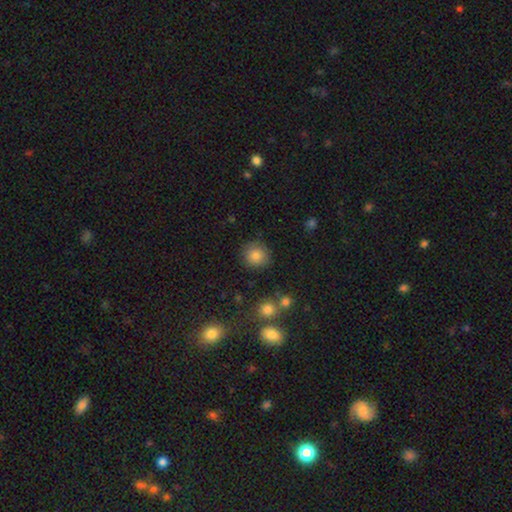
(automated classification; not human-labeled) Morphology: type=smooth (82%); roundness=round (91%); merging=none (85%).